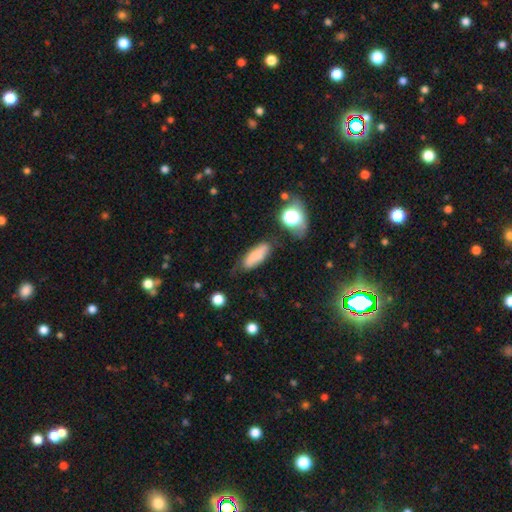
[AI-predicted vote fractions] Smooth or featured: smooth — 72% (featured or disk — 19%)
How rounded: in between — 65% (cigar-shaped — 32%)
Merging: none — 66% (minor disturbance — 22%)